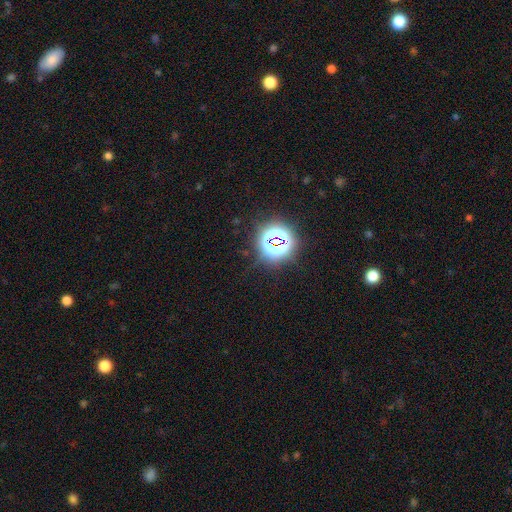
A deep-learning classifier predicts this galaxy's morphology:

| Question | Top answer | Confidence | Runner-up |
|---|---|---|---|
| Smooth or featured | star or artifact | 79% | smooth (15%) |